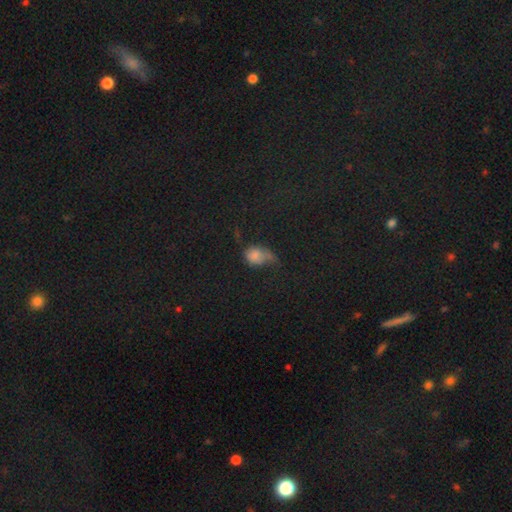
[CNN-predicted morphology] A smooth galaxy with no disk features (66%) that is in between round and cigar-shaped (63%). Merging: major disturbance (37%).